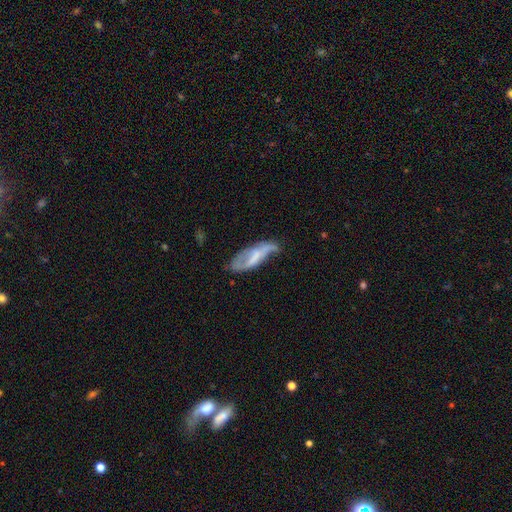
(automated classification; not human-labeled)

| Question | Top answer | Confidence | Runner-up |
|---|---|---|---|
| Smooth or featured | featured or disk | 52% | smooth (40%) |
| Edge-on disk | no | 81% | yes (19%) |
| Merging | none | 36% | minor disturbance (33%) |